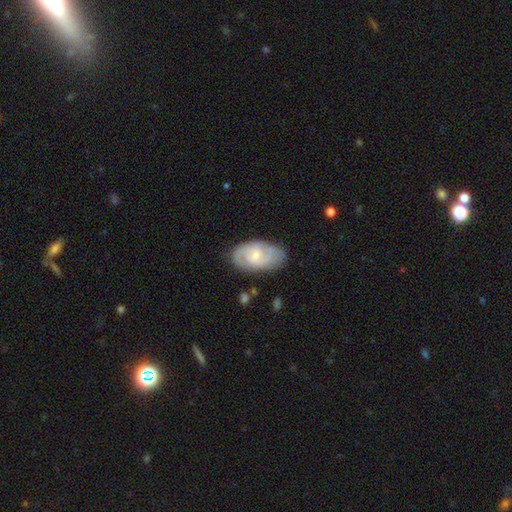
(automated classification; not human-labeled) This appears to be a featured or disk galaxy (68%) with no bar (48%), 2 (69%) medium (44%) spiral arms (89%) and a small central bulge (61%). Merging: none (76%).